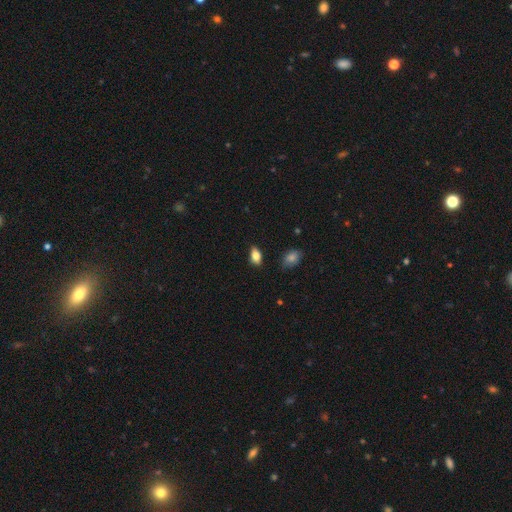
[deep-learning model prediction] Smooth or featured? smooth (81%)
How rounded? in between (89%)
Merging? none (82%)